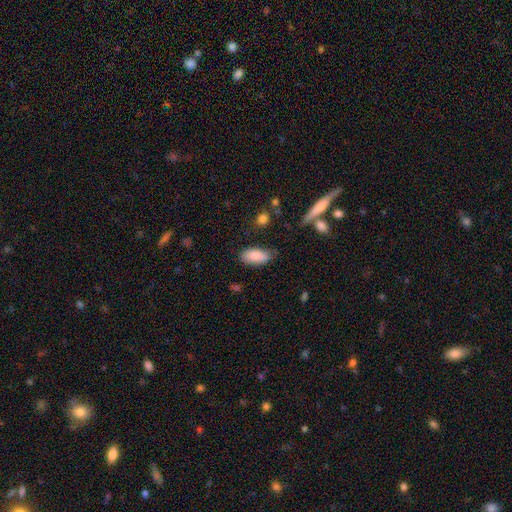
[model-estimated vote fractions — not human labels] Smooth or featured? Predicted: smooth (p=0.84). How rounded? Predicted: in between (p=0.89). Merging? Predicted: none (p=0.72).